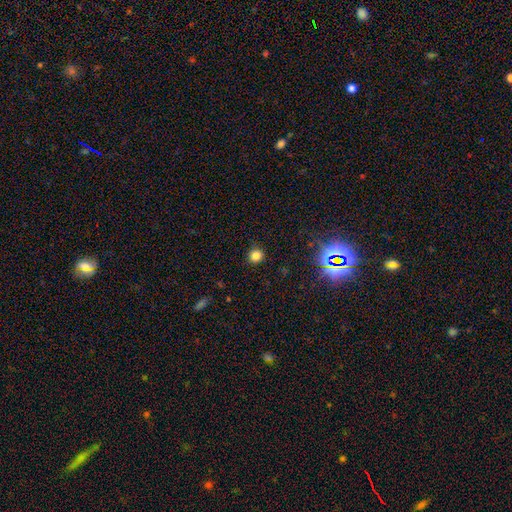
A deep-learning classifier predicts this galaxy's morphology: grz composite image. It shows a smooth galaxy with no disk features (79%) that is round (90%). Merging: none (90%).